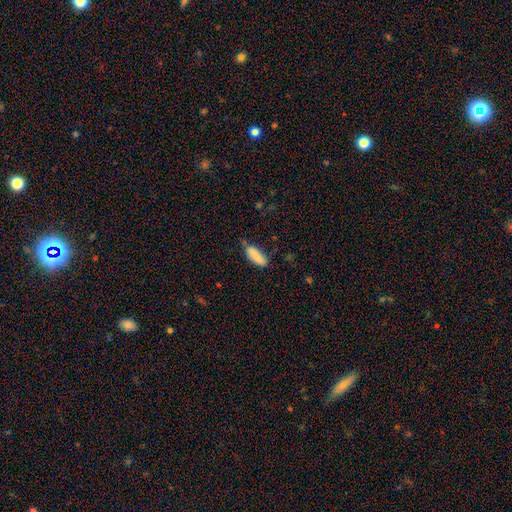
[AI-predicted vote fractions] smooth-or-featured: smooth: 86% | featured or disk: 8% | star or artifact: 7%
  how-rounded: in between: 74% | cigar-shaped: 24% | round: 2%
  merging: none: 67% | minor disturbance: 24% | major disturbance: 4% | merger: 4%